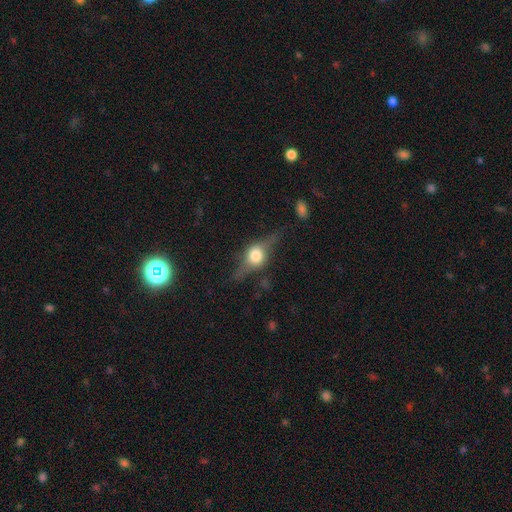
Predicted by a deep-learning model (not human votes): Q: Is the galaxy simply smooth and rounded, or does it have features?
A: featured or disk — 68%.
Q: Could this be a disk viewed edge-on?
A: yes — 93%.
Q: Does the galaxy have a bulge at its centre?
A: rounded — 95%.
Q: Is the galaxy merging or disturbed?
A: none — 73%.